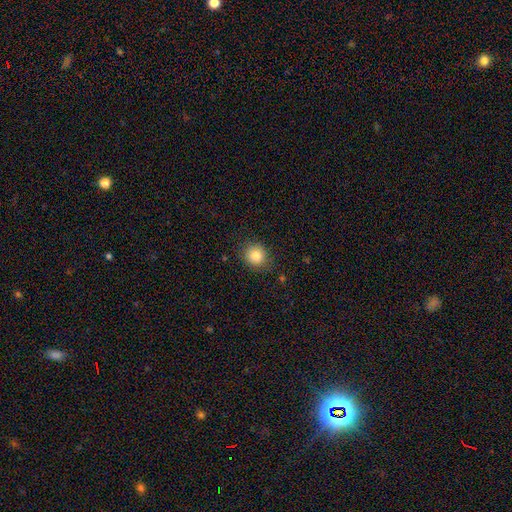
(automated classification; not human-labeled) A smooth galaxy with no disk features (83%) that is round (84%). Merging: none (85%).